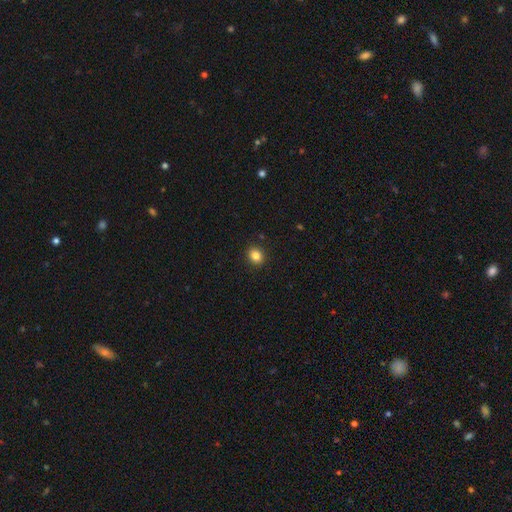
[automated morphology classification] smooth-or-featured: smooth: 85% | star or artifact: 11% | featured or disk: 4%
  how-rounded: round: 72% | in between: 27% | cigar-shaped: 1%
  merging: none: 91% | minor disturbance: 6% | major disturbance: 2% | merger: 1%